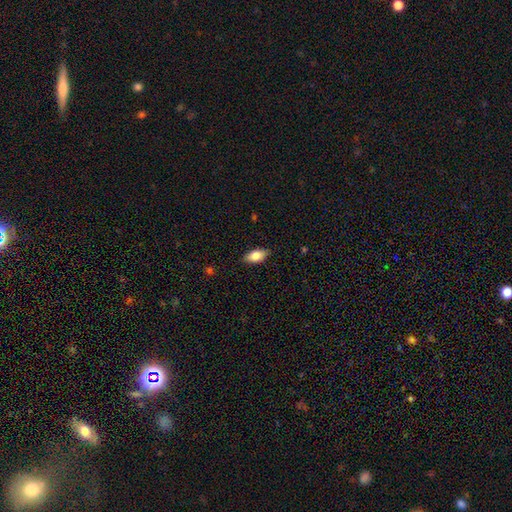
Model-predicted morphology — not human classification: Q: Smooth or featured?
A: smooth (79%); runner-up: featured or disk (14%)
Q: How rounded?
A: in between (89%); runner-up: cigar-shaped (8%)
Q: Merging?
A: none (87%); runner-up: minor disturbance (10%)